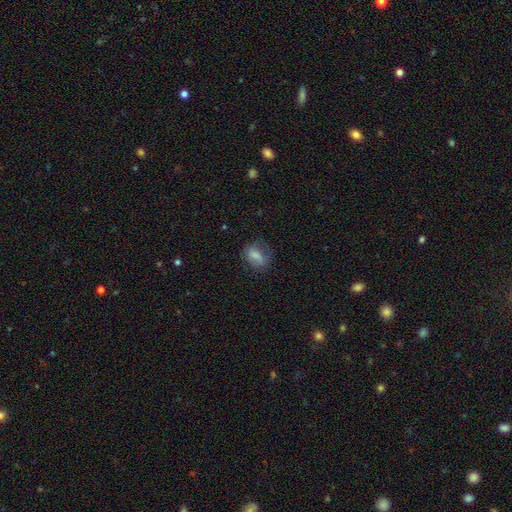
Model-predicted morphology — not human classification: Q: Smooth or featured?
A: smooth (75%); runner-up: featured or disk (16%)
Q: How rounded?
A: in between (74%); runner-up: round (21%)
Q: Merging?
A: none (56%); runner-up: minor disturbance (26%)